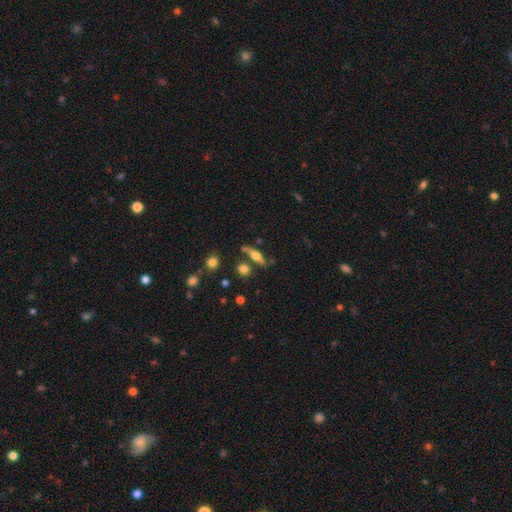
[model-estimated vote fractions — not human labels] The model was most divided on "smooth or featured": featured or disk: 49%, smooth: 43%, star or artifact: 9%. More confident: merging — none (73%).